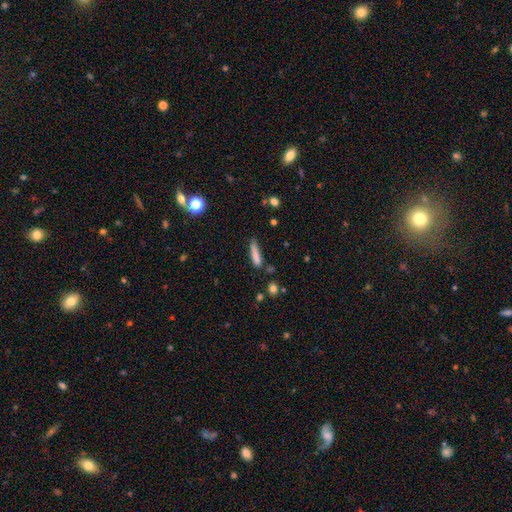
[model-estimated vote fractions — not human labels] Morphology: type=smooth (80%); roundness=cigar-shaped (85%); merging=none (66%).